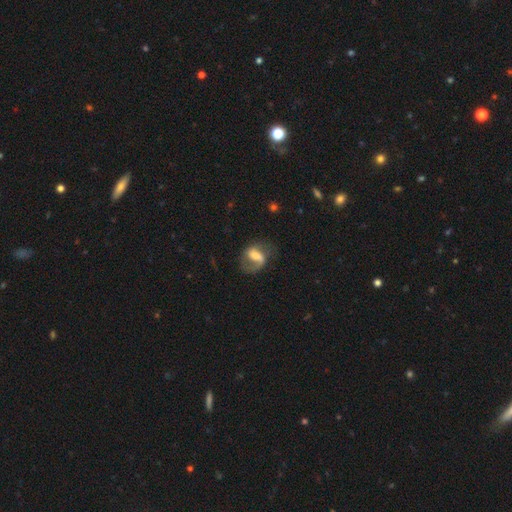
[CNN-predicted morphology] Overall: featured or disk (65%; smooth 27%). Edge-on disk: no (96%). Bar: weak (44%; strong 35%). Spiral arms: yes (86%). Spiral arm count: 2 (56%; 1 36%). Spiral winding: medium (43%; loose 42%). Bulge size: moderate (41%; small 26%). Merging: none (53%; major disturbance 24%).